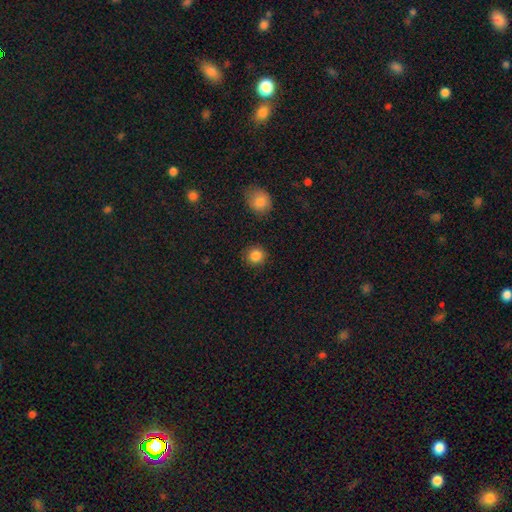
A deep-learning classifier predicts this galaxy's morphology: This appears to be a smooth galaxy with no disk features (86%) that is round (92%). Merging: none (90%).